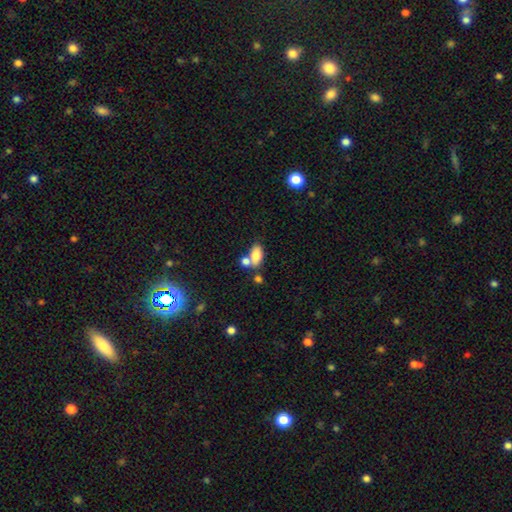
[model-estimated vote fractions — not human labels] smooth 78%, featured or disk 13%, star or artifact 9%. Down the decision tree: how rounded — in between (88%); merging — none (44%).